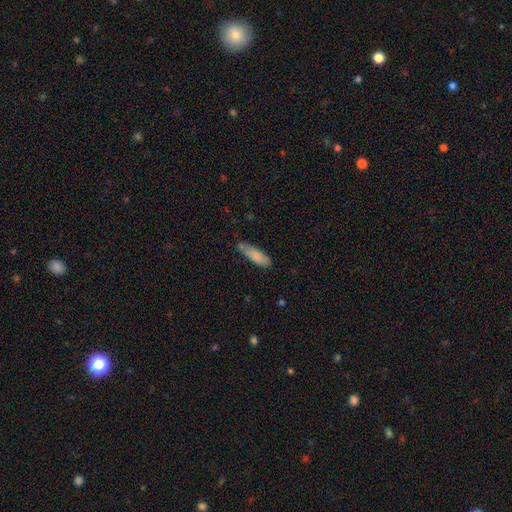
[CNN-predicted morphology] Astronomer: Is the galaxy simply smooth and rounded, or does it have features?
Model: smooth — 84%.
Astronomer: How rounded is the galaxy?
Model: in between — 51% (runner-up: cigar-shaped, 48%).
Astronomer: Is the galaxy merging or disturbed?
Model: none — 57% (runner-up: minor disturbance, 32%).